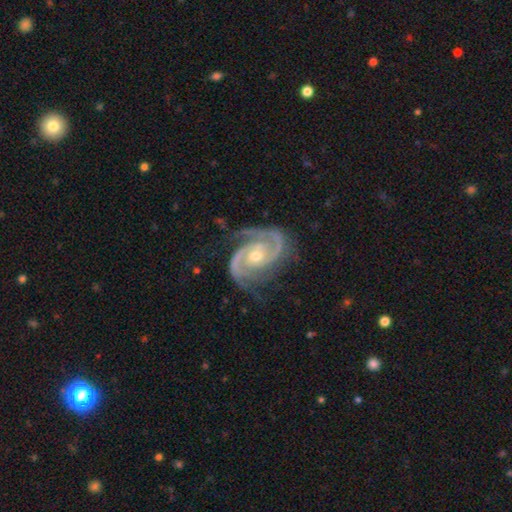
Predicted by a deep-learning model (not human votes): Overall: featured or disk (94%). Edge-on disk: no (98%). Bar: no (68%). Spiral arms: yes (99%). Spiral arm count: 2 (83%). Spiral winding: medium (47%; tight 46%). Bulge size: moderate (56%; small 41%). Merging: none (72%).